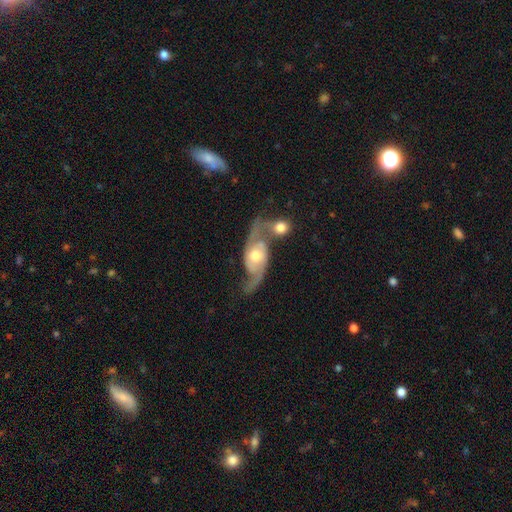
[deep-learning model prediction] Overall: featured or disk (87%). Edge-on disk: no (94%). Bar: no (64%; weak 28%). Spiral arms: yes (95%). Spiral arm count: 2 (91%). Spiral winding: loose (48%; medium 39%). Bulge size: moderate (70%). Merging: none (38%; merger 35%).